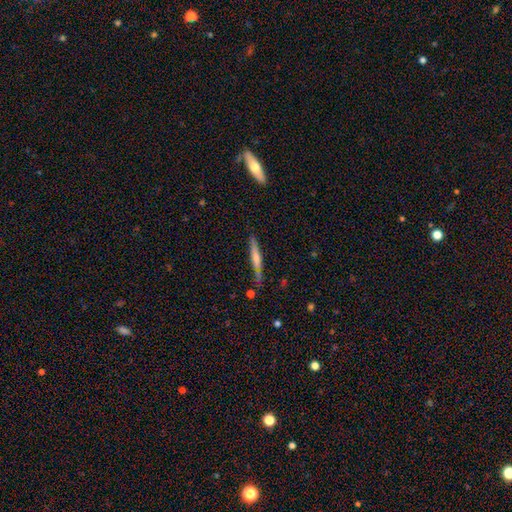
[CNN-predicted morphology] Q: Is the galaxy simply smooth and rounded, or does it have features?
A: featured or disk — 56%.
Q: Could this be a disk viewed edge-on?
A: yes — 94%.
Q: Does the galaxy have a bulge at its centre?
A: rounded — 59%.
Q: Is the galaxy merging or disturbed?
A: none — 76%.